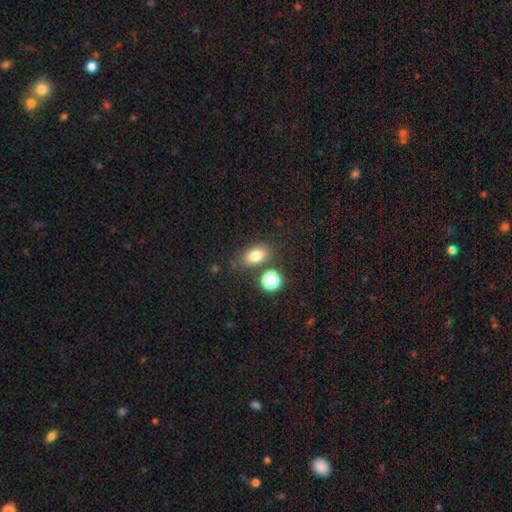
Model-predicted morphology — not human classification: Smooth or featured? Predicted: smooth (p=0.77). How rounded? Predicted: in between (p=0.77). Merging? Predicted: none (p=0.73).